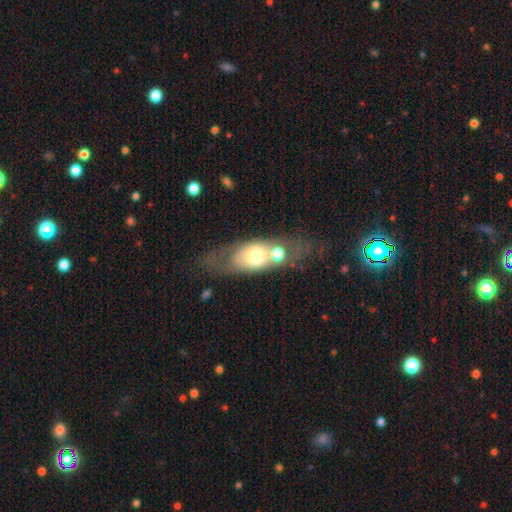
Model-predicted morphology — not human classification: Q: Smooth or featured?
A: smooth (48%); runner-up: featured or disk (43%)
Q: Merging?
A: none (49%); runner-up: merger (25%)